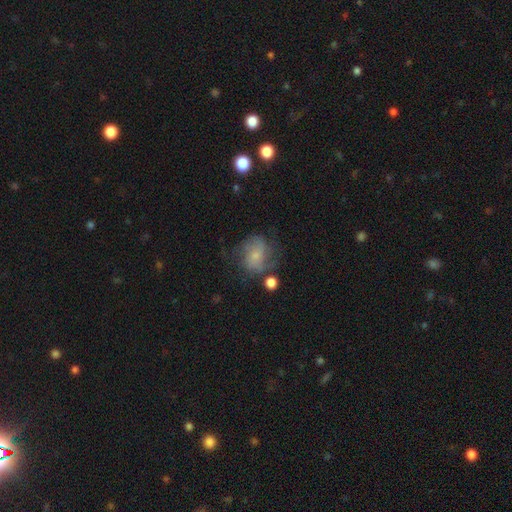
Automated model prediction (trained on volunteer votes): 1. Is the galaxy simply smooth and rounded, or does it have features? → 45% featured or disk, 44% smooth, 11% star or artifact.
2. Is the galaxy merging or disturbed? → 49% none, 26% minor disturbance, 19% major disturbance, 6% merger.